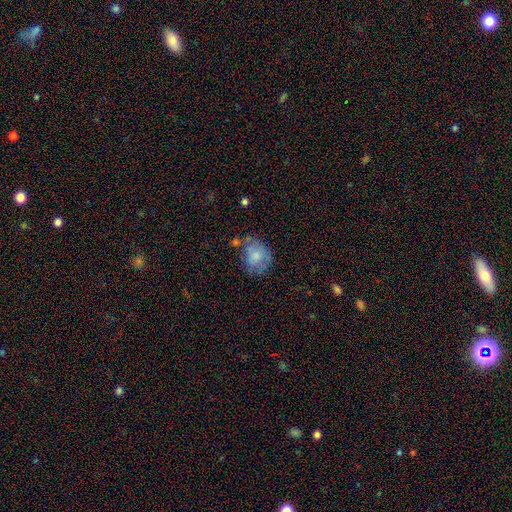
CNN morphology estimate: Smooth or featured: smooth — 70% (featured or disk — 22%)
How rounded: round — 58% (in between — 41%)
Merging: none — 48% (minor disturbance — 28%)